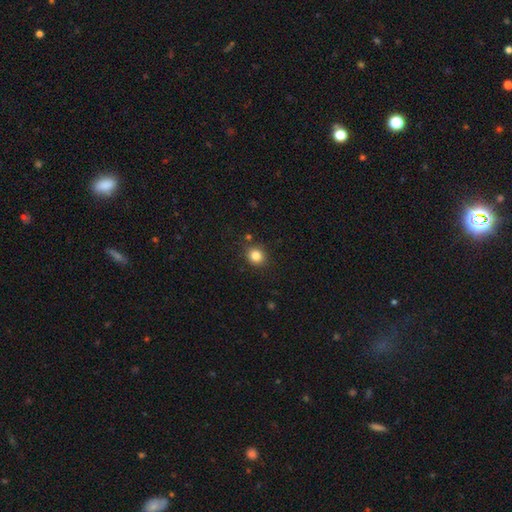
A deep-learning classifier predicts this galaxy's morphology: smooth-or-featured: smooth: 83% | star or artifact: 12% | featured or disk: 5%
  how-rounded: round: 83% | in between: 17% | cigar-shaped: 1%
  merging: none: 86% | minor disturbance: 9% | merger: 3% | major disturbance: 3%